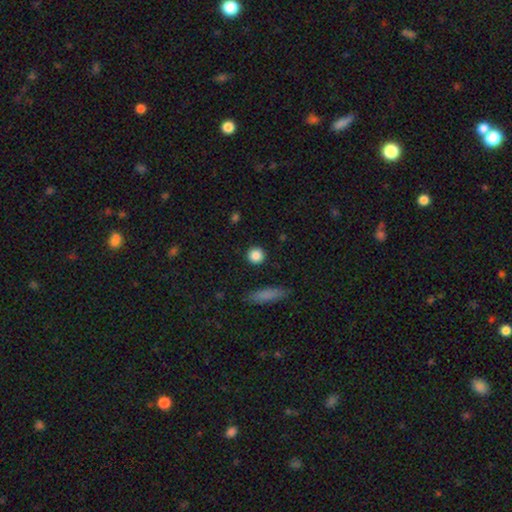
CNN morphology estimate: Q: Smooth or featured?
A: smooth (86%); runner-up: star or artifact (9%)
Q: How rounded?
A: round (93%); runner-up: in between (5%)
Q: Merging?
A: none (90%); runner-up: minor disturbance (6%)